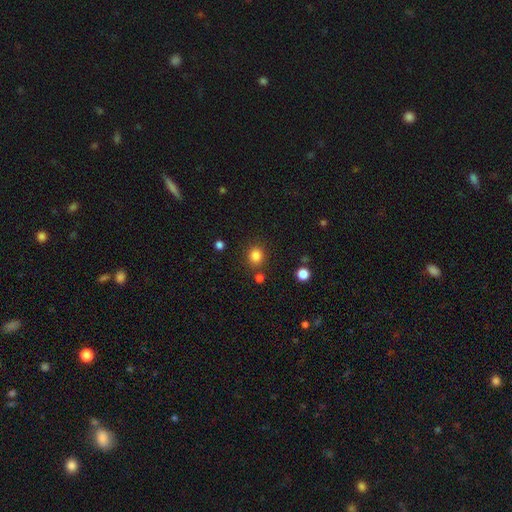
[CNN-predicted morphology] smooth-or-featured: smooth: 83% | star or artifact: 12% | featured or disk: 4%
  how-rounded: round: 78% | in between: 21% | cigar-shaped: 1%
  merging: none: 82% | minor disturbance: 9% | merger: 6% | major disturbance: 3%